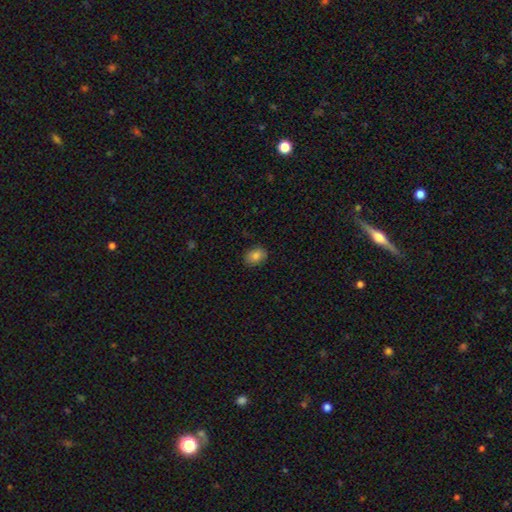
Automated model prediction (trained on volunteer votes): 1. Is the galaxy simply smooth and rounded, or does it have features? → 85% smooth, 9% star or artifact, 6% featured or disk.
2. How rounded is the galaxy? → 74% in between, 25% round, 1% cigar-shaped.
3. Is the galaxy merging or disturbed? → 85% none, 12% minor disturbance, 2% major disturbance, 1% merger.